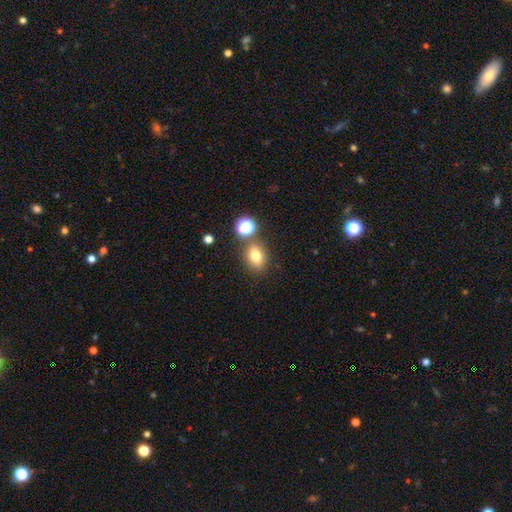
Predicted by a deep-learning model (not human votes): smooth 76%, star or artifact 14%, featured or disk 10%. Down the decision tree: how rounded — in between (63%); merging — none (73%).